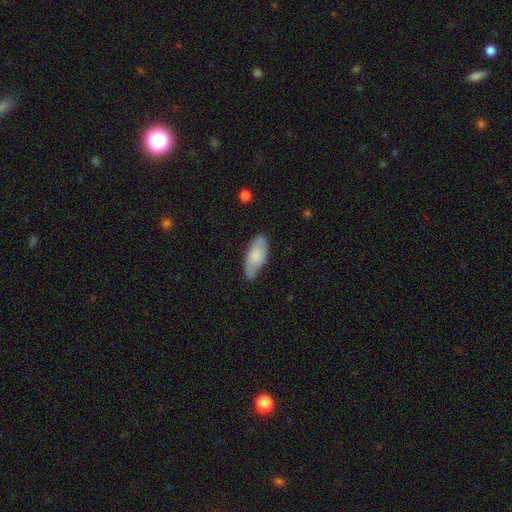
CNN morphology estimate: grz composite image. It shows a smooth galaxy with no disk features (72%) that is in between round and cigar-shaped (84%). Merging: none (62%).